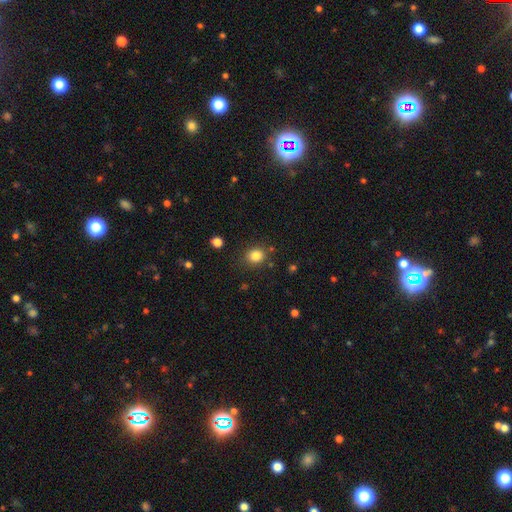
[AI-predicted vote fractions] A smooth galaxy with no disk features (83%) that is round (72%).

Vote fractions:
- Smooth or featured? smooth: 83% / star or artifact: 12% / featured or disk: 5%
- How rounded? round: 72% / in between: 27% / cigar-shaped: 1%
- Merging? none: 84% / minor disturbance: 10% / major disturbance: 3% / merger: 3%